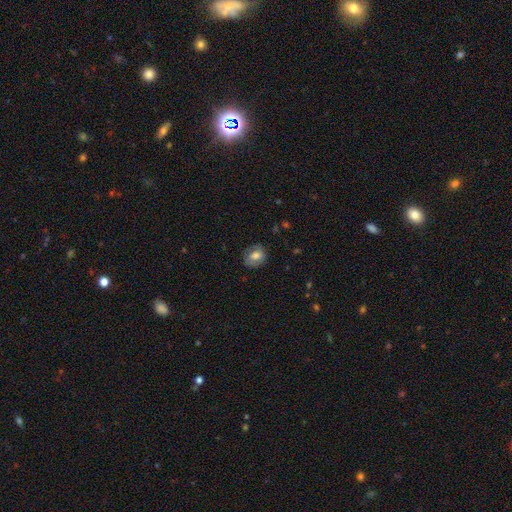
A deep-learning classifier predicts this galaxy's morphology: This appears to be a smooth galaxy with no disk features (64%) that is round (52%). Merging: none (74%).